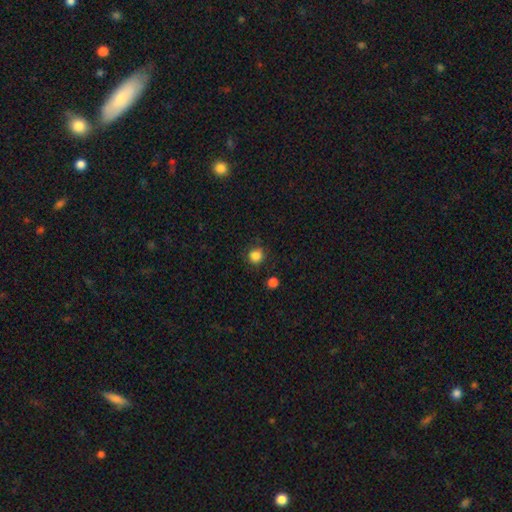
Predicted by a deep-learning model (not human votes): Smooth or featured? Predicted: smooth (p=0.85). How rounded? Predicted: round (p=0.93). Merging? Predicted: none (p=0.86).